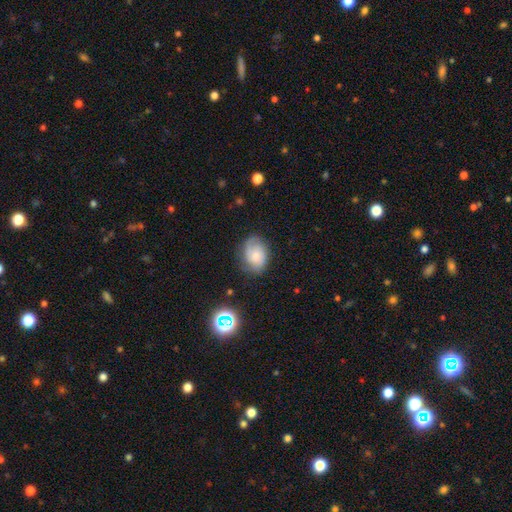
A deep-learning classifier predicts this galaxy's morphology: Smooth or featured: featured or disk — 47% (smooth — 43%)
Merging: none — 69% (minor disturbance — 22%)